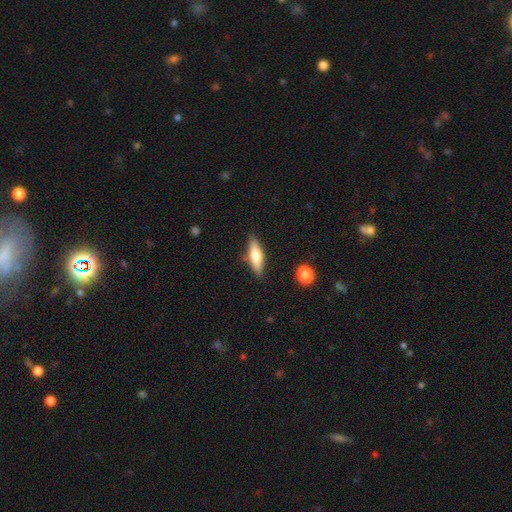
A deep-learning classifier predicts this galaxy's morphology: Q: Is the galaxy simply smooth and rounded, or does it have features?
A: smooth — 59%.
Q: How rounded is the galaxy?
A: cigar-shaped — 55%.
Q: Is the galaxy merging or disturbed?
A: none — 84%.